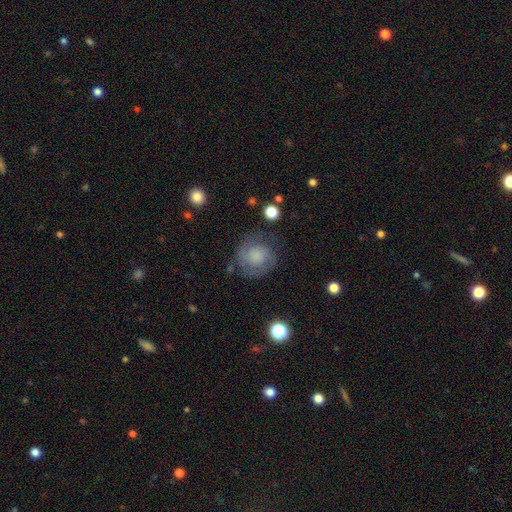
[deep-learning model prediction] This is possibly a smooth galaxy (53%). How rounded: clearly round (88%). Merging: likely none (70%).